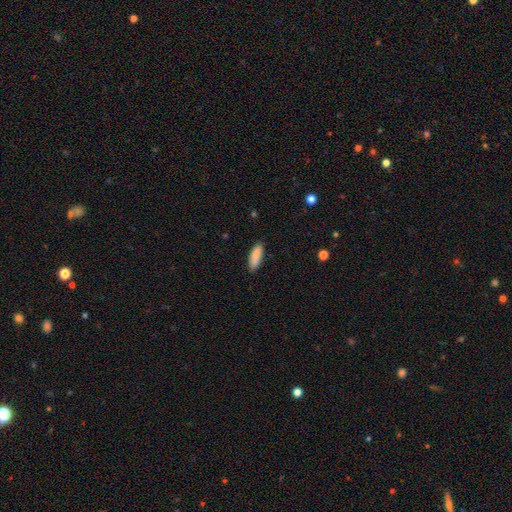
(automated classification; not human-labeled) A smooth galaxy with no disk features (89%) that is in between round and cigar-shaped (56%).

Vote fractions:
- Smooth or featured? smooth: 89% / star or artifact: 6% / featured or disk: 5%
- How rounded? in between: 56% / cigar-shaped: 42% / round: 2%
- Merging? none: 87% / minor disturbance: 10% / major disturbance: 2% / merger: 1%